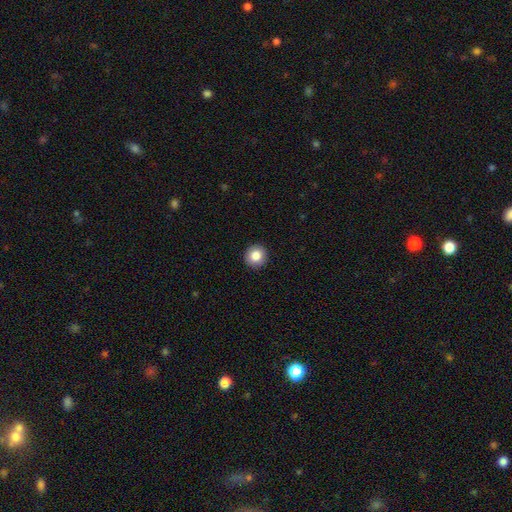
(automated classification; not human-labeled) A smooth galaxy with no disk features (85%) that is round (94%). Merging: none (93%).